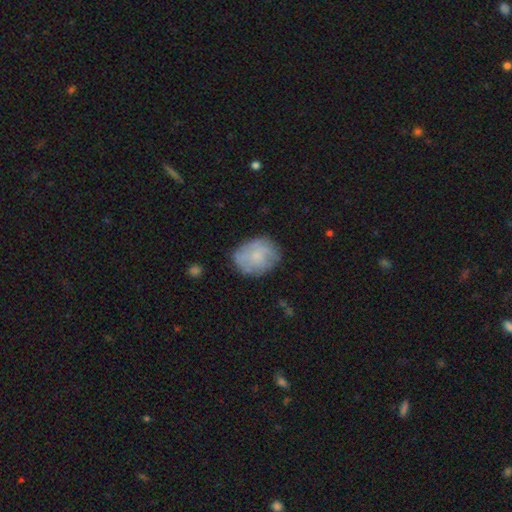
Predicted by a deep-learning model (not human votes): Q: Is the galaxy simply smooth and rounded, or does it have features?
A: smooth — 56%.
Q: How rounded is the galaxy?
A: in between — 53%.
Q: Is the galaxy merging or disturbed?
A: none — 68%.